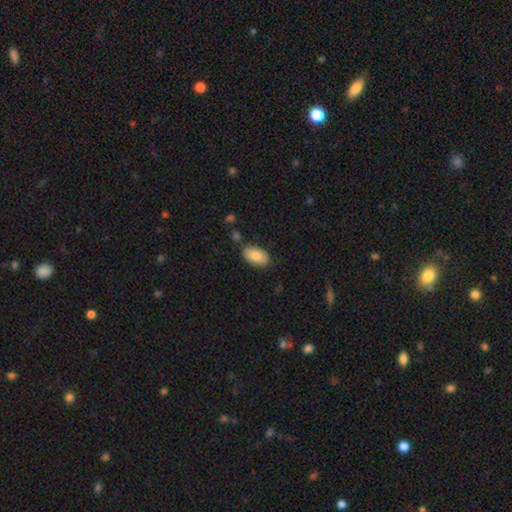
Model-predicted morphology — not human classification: The model was most divided on "merging": none: 81%, minor disturbance: 13%, merger: 3%, major disturbance: 3%. More confident: how rounded — in between (94%); smooth or featured — smooth (83%).